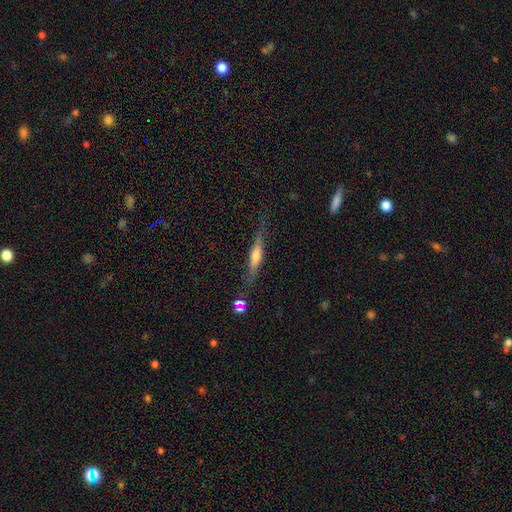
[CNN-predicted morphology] This appears to be a featured or disk galaxy (55%) viewed edge-on (93%) with a rounded central bulge (66%). Merging: none (76%).